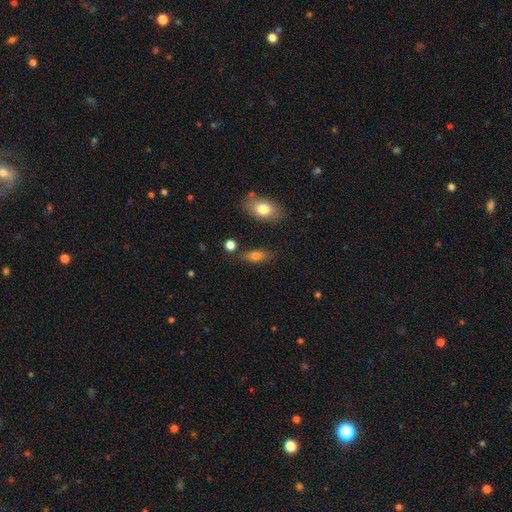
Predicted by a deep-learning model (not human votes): Smooth or featured: smooth — 74% (featured or disk — 15%)
How rounded: in between — 73% (cigar-shaped — 19%)
Merging: none — 76% (minor disturbance — 15%)